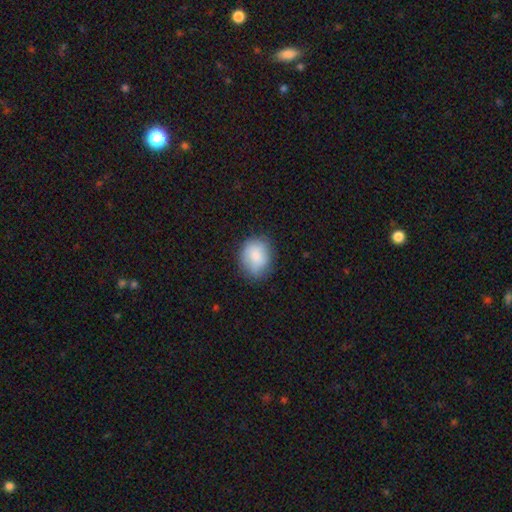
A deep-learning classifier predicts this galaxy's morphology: Q: Smooth or featured?
A: smooth (83%); runner-up: featured or disk (10%)
Q: How rounded?
A: round (54%); runner-up: in between (45%)
Q: Merging?
A: none (72%); runner-up: minor disturbance (21%)